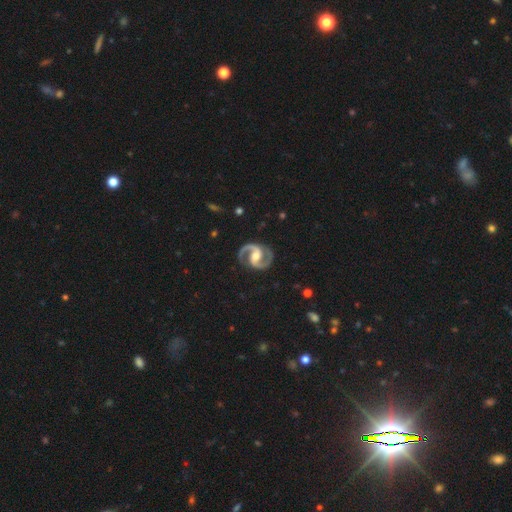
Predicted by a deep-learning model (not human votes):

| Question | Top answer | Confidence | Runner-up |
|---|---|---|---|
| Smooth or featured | featured or disk | 94% | star or artifact (3%) |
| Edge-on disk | no | 98% | yes (2%) |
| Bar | weak | 42% | strong (32%) |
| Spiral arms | yes | 99% | no (1%) |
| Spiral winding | medium | 68% | tight (21%) |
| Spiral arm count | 2 | 95% | can't tell (1%) |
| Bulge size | moderate | 66% | small (21%) |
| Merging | none | 86% | minor disturbance (9%) |